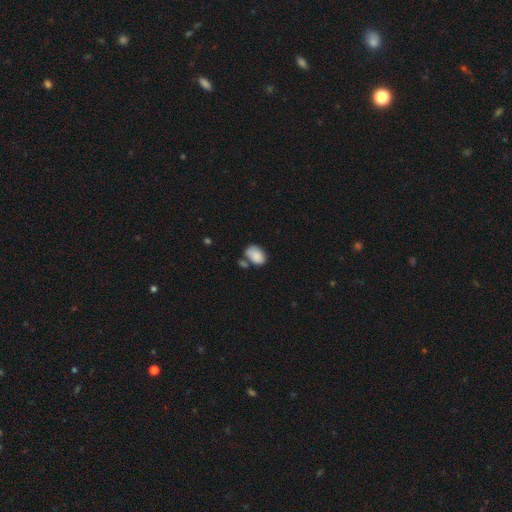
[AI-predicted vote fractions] This appears to be a smooth galaxy with no disk features (85%) that is in between round and cigar-shaped (85%). Merging: none (49%).